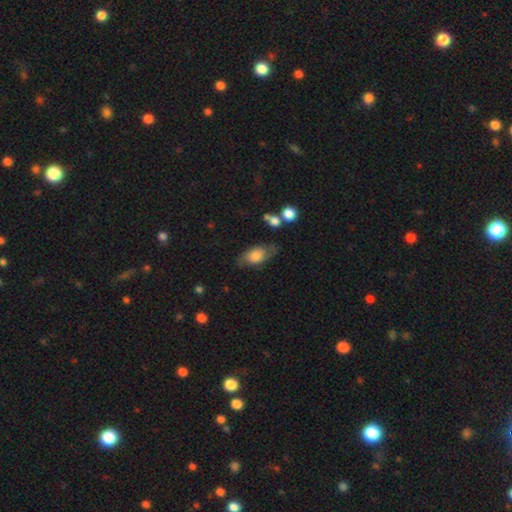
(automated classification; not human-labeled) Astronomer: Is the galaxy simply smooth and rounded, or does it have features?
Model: smooth — 64%.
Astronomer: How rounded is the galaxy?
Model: in between — 84%.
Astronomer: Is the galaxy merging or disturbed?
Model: none — 60%.